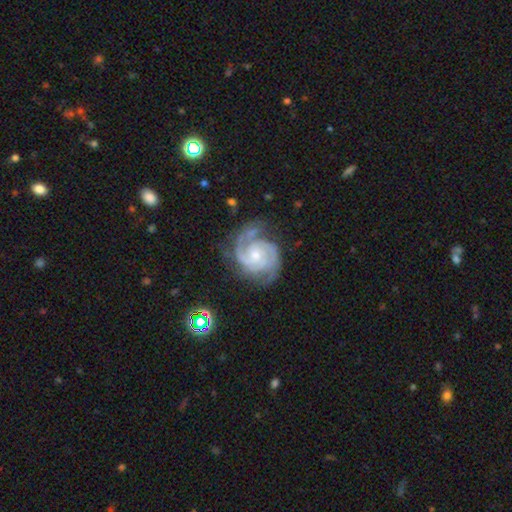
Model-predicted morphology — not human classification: Q: Smooth or featured?
A: featured or disk (92%); runner-up: star or artifact (4%)
Q: Edge-on disk?
A: no (98%); runner-up: yes (2%)
Q: Bar?
A: no (67%); runner-up: weak (27%)
Q: Spiral arms?
A: yes (98%); runner-up: no (2%)
Q: Spiral winding?
A: tight (60%); runner-up: medium (35%)
Q: Spiral arm count?
A: 2 (47%); runner-up: 3 (32%)
Q: Bulge size?
A: small (56%); runner-up: moderate (38%)
Q: Merging?
A: none (70%); runner-up: minor disturbance (20%)